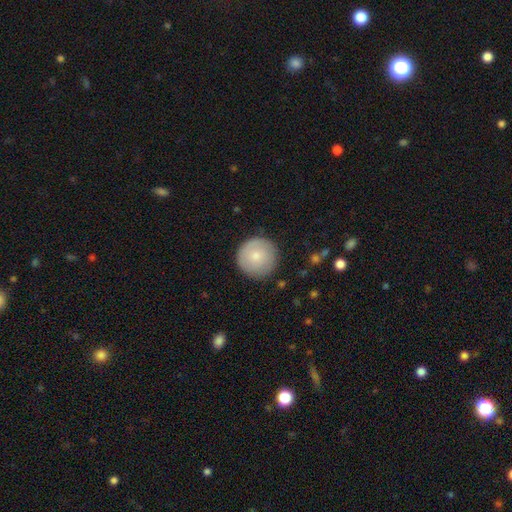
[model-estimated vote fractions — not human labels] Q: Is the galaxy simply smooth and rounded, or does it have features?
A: smooth — 77%.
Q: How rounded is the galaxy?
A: round — 96%.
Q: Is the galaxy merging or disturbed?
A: none — 87%.